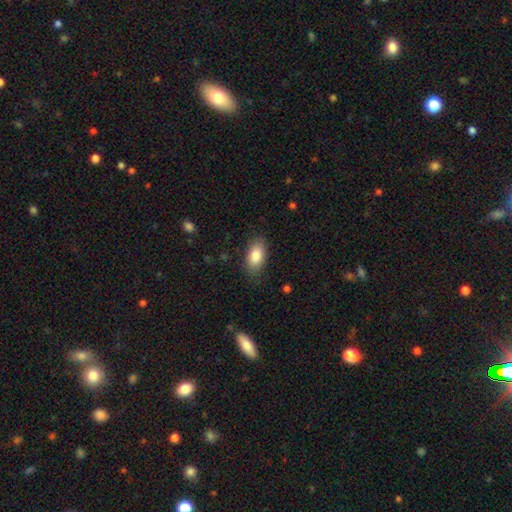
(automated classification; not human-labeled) Smooth or featured: smooth — 85% (featured or disk — 8%)
How rounded: in between — 92% (cigar-shaped — 5%)
Merging: none — 84% (minor disturbance — 12%)